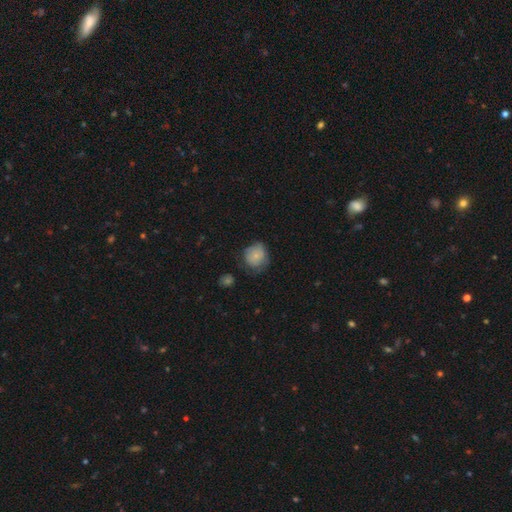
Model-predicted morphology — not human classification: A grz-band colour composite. It shows a smooth galaxy with no disk features (73%) that is round (79%). Merging: none (55%).